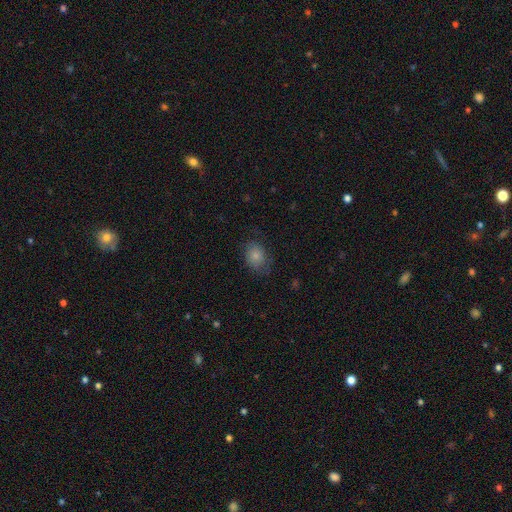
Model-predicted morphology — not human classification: Smooth or featured: smooth — 81% (featured or disk — 10%)
How rounded: in between — 61% (round — 38%)
Merging: none — 70% (minor disturbance — 22%)